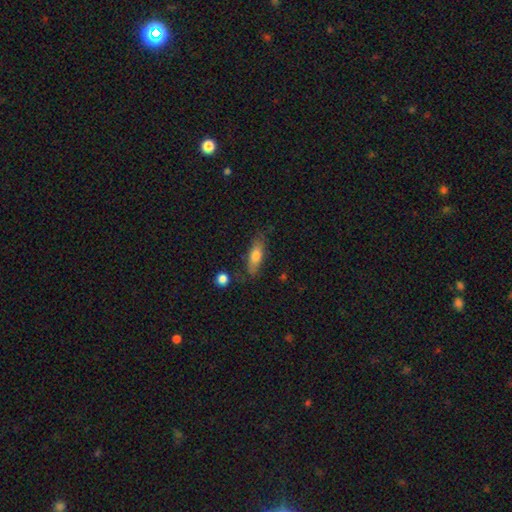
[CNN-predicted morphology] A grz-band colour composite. It shows a smooth galaxy with no disk features (72%) that is in between round and cigar-shaped (61%). Merging: none (72%).